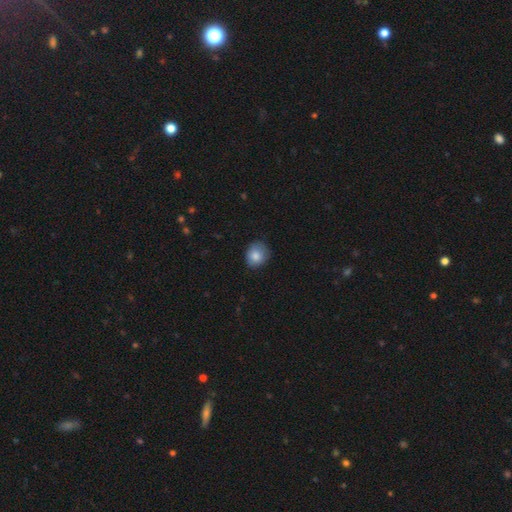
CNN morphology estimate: This appears to be a smooth galaxy with no disk features (84%) that is round (64%). Merging: none (76%).